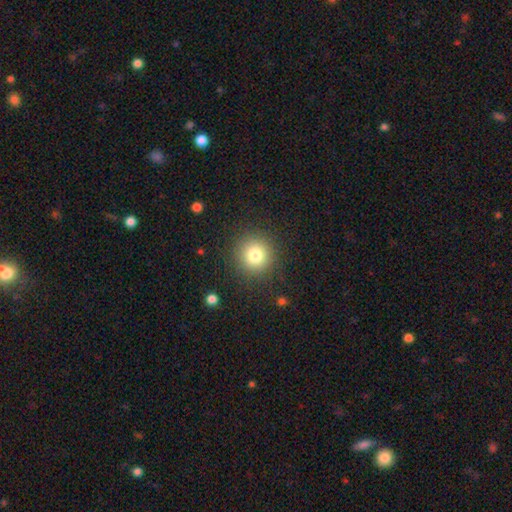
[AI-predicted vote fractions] A smooth galaxy with no disk features (79%) that is round (95%). Merging: none (92%).